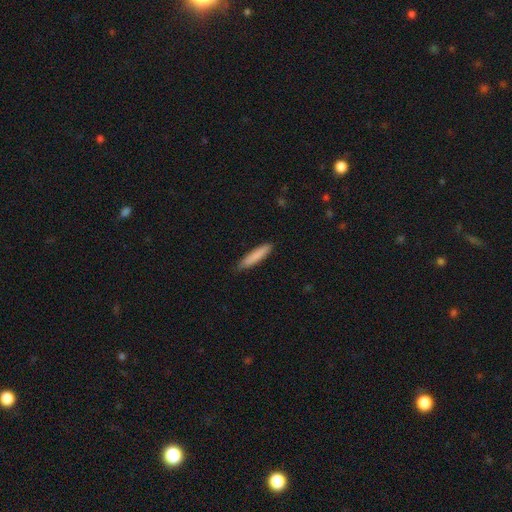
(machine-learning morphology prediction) Q: Smooth or featured?
A: smooth (84%); runner-up: featured or disk (10%)
Q: How rounded?
A: cigar-shaped (87%); runner-up: in between (11%)
Q: Merging?
A: none (84%); runner-up: minor disturbance (13%)